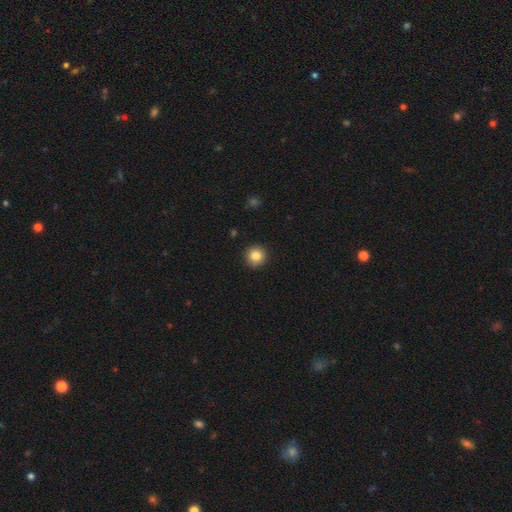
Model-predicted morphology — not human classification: This appears to be a smooth galaxy with no disk features (85%) that is round (94%). Merging: none (91%).